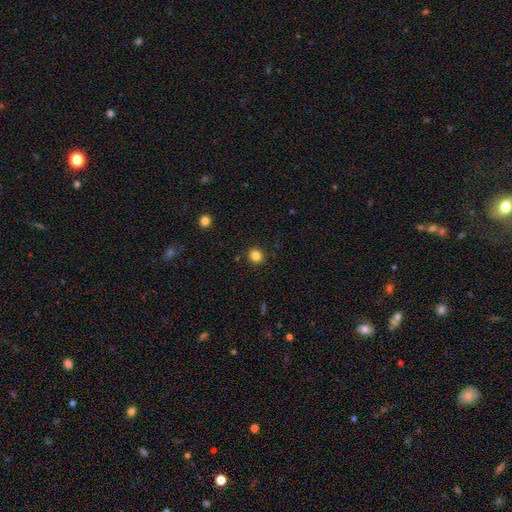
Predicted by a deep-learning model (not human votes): Smooth or featured? Predicted: smooth (p=0.84). How rounded? Predicted: round (p=0.87). Merging? Predicted: none (p=0.91).